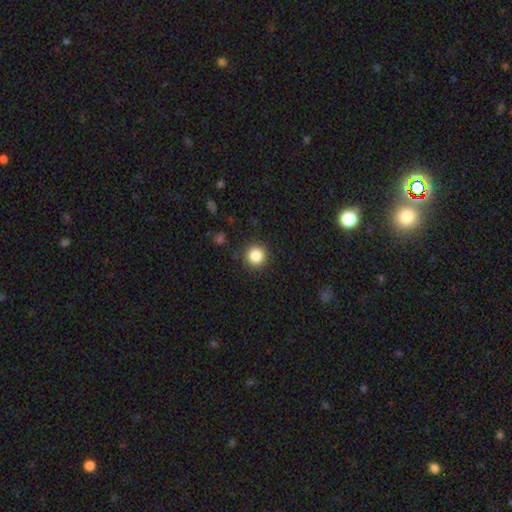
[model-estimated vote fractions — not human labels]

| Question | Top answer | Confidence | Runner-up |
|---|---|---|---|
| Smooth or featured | smooth | 85% | star or artifact (10%) |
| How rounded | round | 94% | in between (5%) |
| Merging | none | 90% | minor disturbance (6%) |